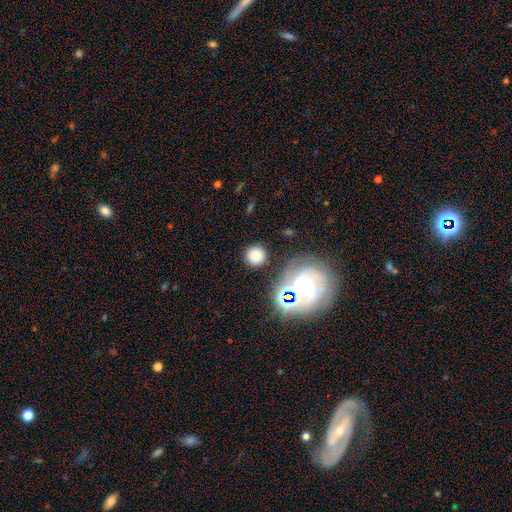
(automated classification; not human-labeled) This appears to be a smooth galaxy with no disk features (72%) that is round (91%). Merging: none (83%).